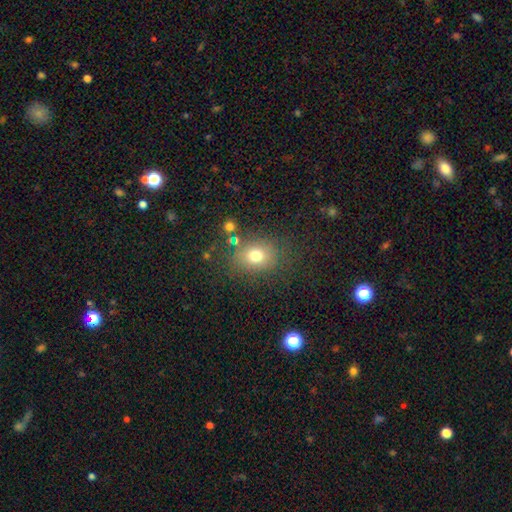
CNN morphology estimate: A smooth galaxy with no disk features (73%) that is round (56%). Merging: none (77%).